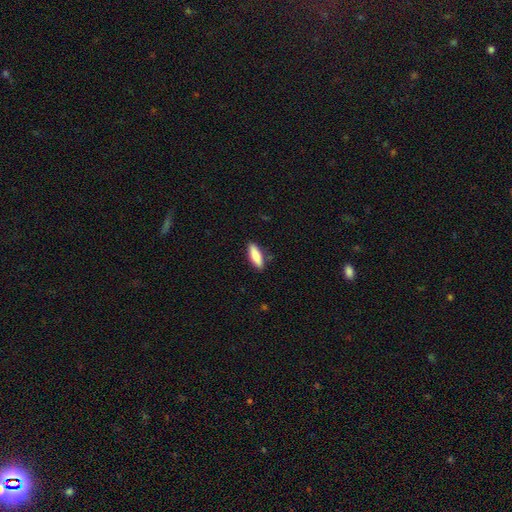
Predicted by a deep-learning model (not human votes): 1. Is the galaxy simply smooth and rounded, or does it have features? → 83% smooth, 12% featured or disk, 6% star or artifact.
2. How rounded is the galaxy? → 51% in between, 47% cigar-shaped, 2% round.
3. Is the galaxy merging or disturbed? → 86% none, 10% minor disturbance, 2% major disturbance, 2% merger.